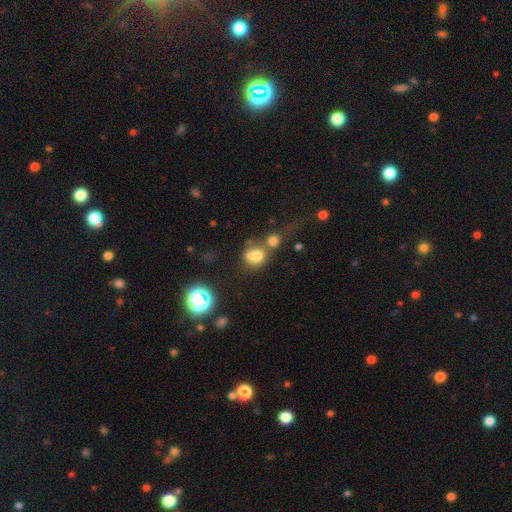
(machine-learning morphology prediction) smooth 70%, star or artifact 17%, featured or disk 13%. Down the decision tree: how rounded — round (62%); merging — merger (42%).